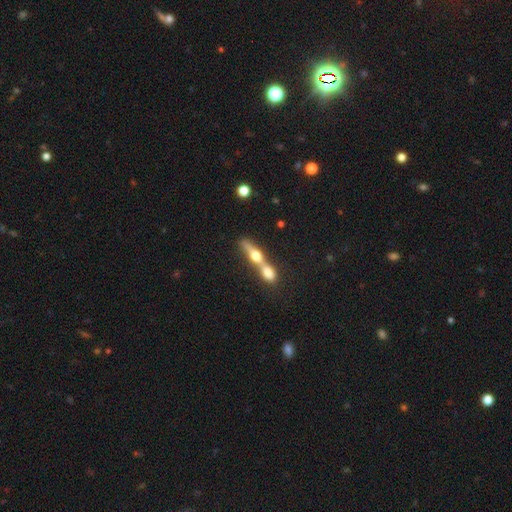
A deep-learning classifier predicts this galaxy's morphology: Smooth or featured?
  - featured or disk: 51% *
  - smooth: 41%
  - star or artifact: 8%
Edge-on disk?
  - yes: 83% *
  - no: 17%
Merging?
  - merger: 63% *
  - none: 27%
  - minor disturbance: 6%
  - major disturbance: 4%